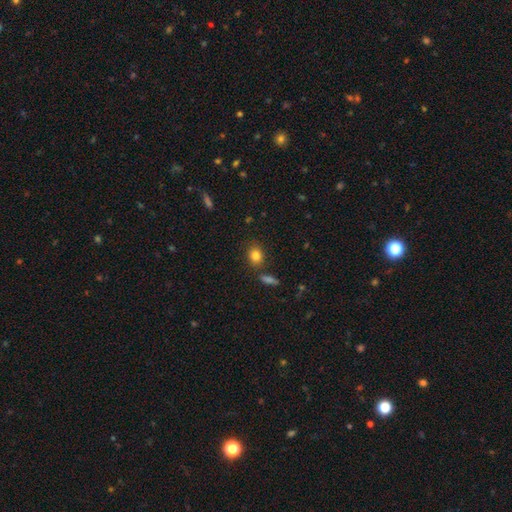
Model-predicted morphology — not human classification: The model was most divided on "how rounded": round: 54%, in between: 45%, cigar-shaped: 2%. More confident: smooth or featured — smooth (83%); merging — none (79%).